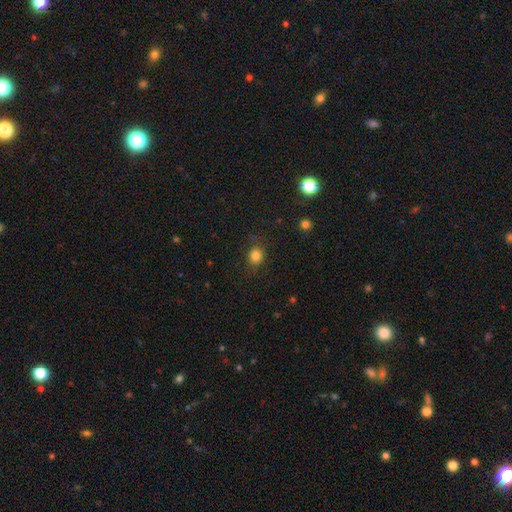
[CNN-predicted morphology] A smooth galaxy with no disk features (82%) that is round (69%).

Vote fractions:
- Smooth or featured? smooth: 82% / star or artifact: 12% / featured or disk: 6%
- How rounded? round: 69% / in between: 30% / cigar-shaped: 1%
- Merging? none: 78% / minor disturbance: 15% / major disturbance: 6% / merger: 1%